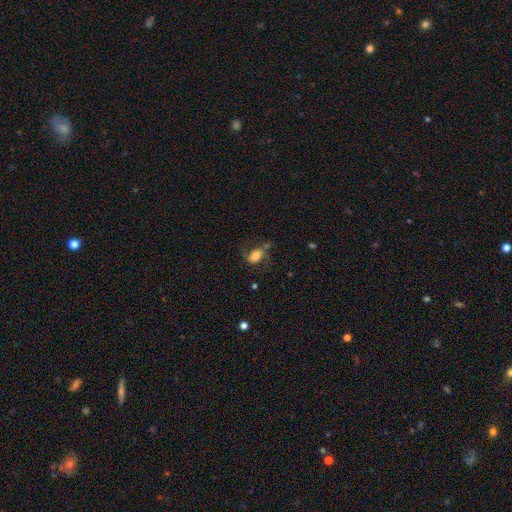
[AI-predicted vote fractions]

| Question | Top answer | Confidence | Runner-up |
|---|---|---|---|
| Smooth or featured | smooth | 60% | featured or disk (30%) |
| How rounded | in between | 85% | round (11%) |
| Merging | none | 52% | minor disturbance (25%) |